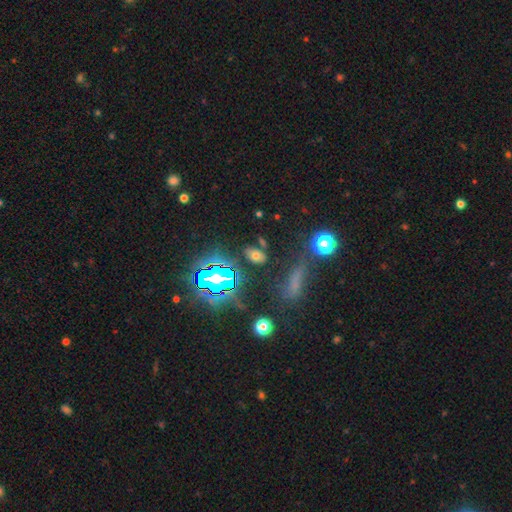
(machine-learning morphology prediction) This appears to be a smooth galaxy with no disk features (55%) that is in between round and cigar-shaped (82%). Merging: none (78%).